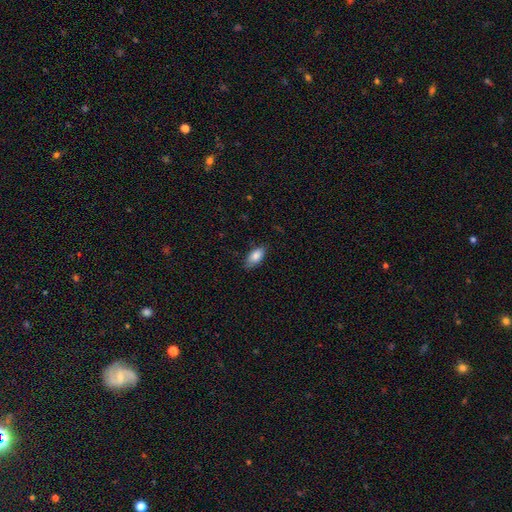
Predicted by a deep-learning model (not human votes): Smooth or featured? Predicted: smooth (p=0.84). How rounded? Predicted: in between (p=0.91). Merging? Predicted: none (p=0.76).